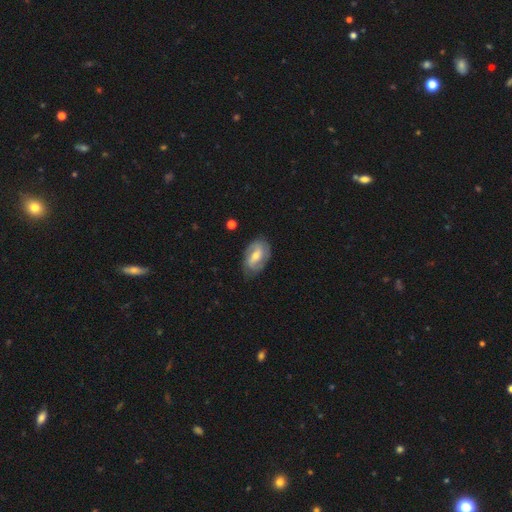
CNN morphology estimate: featured or disk 66%, smooth 28%, star or artifact 6%. Down the decision tree: edge-on disk — no (95%); bar — weak (47%); spiral arms — yes (86%); spiral arm count — 2 (70%); spiral winding — medium (43%); bulge size — moderate (52%); merging — none (72%).